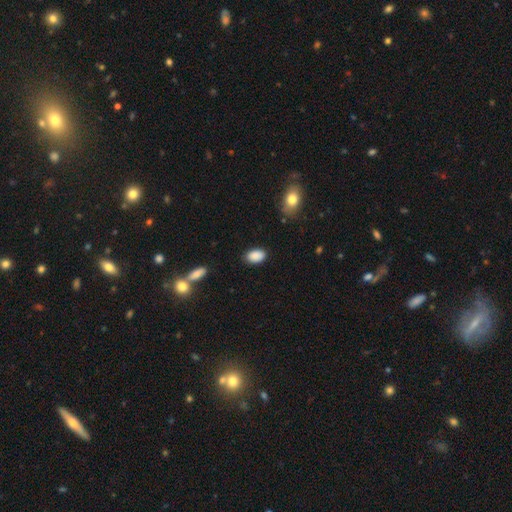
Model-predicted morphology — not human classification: type=smooth (89%); roundness=in between (91%); merging=none (84%).